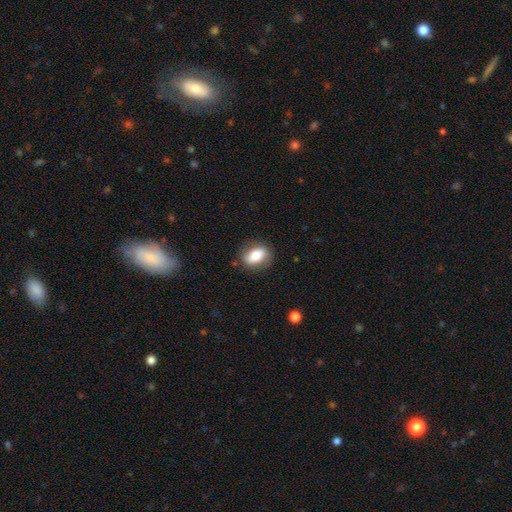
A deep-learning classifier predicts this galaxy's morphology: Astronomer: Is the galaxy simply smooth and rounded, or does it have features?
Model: smooth — 72%.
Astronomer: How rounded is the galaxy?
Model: in between — 79%.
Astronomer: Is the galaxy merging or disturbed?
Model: none — 81%.